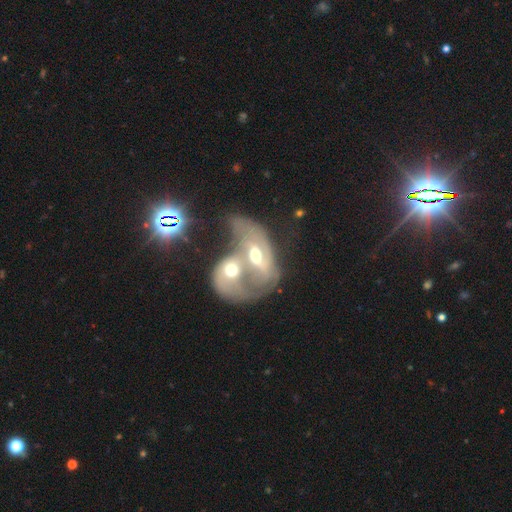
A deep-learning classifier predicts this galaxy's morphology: This appears to be a featured or disk galaxy (68%) with no bar (52%), spiral arms (68%) and a moderate central bulge (71%). Merging: merger (82%).